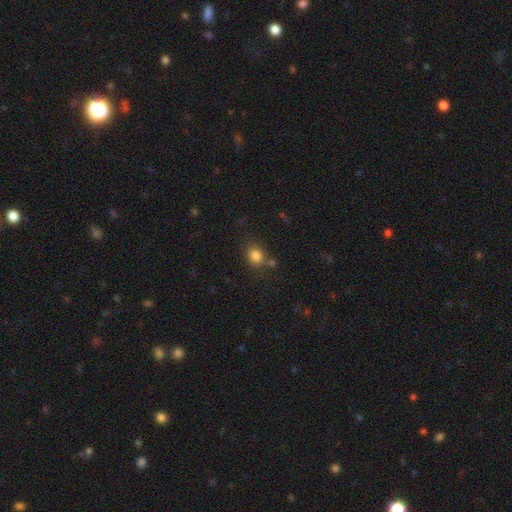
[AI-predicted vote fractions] Overall: smooth (82%). How rounded: round (64%; in between 35%). Merging: none (73%).